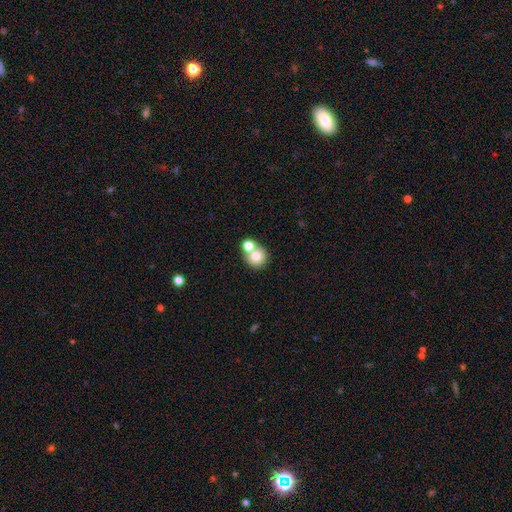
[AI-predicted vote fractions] smooth-or-featured: smooth: 77% | featured or disk: 13% | star or artifact: 10%
  how-rounded: round: 88% | in between: 11% | cigar-shaped: 1%
  merging: none: 49% | merger: 42% | minor disturbance: 7% | major disturbance: 3%